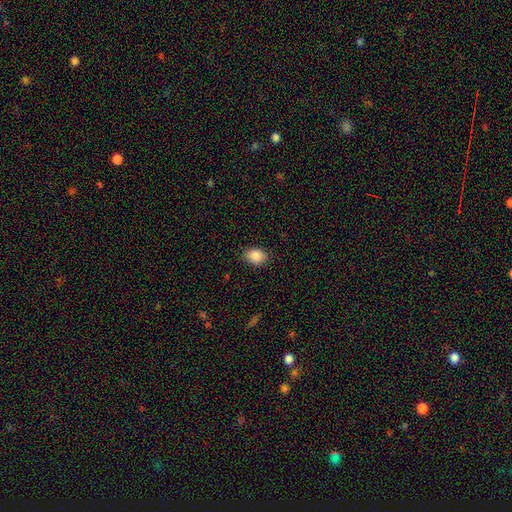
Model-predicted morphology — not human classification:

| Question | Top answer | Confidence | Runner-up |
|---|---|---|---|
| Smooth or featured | smooth | 88% | star or artifact (8%) |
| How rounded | in between | 70% | round (29%) |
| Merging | none | 84% | minor disturbance (12%) |